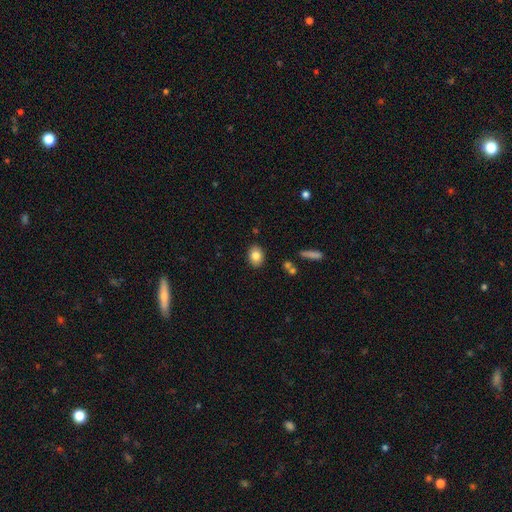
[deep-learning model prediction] Smooth or featured?
  - smooth: 82% *
  - featured or disk: 10%
  - star or artifact: 8%
How rounded?
  - in between: 66% *
  - round: 32%
  - cigar-shaped: 1%
Merging?
  - none: 87% *
  - minor disturbance: 9%
  - merger: 2%
  - major disturbance: 2%